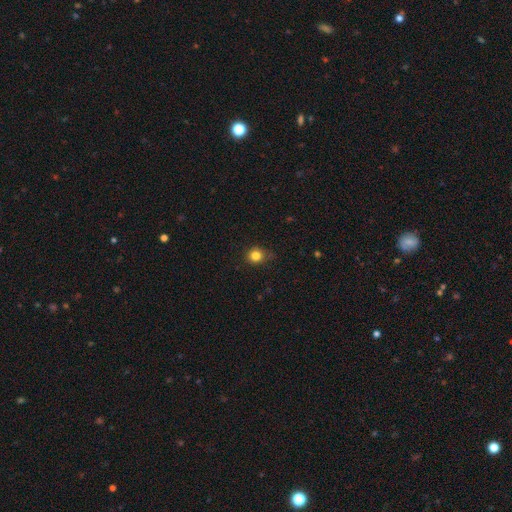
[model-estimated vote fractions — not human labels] A smooth galaxy with no disk features (82%) that is round (84%).

Vote fractions:
- Smooth or featured? smooth: 82% / star or artifact: 13% / featured or disk: 5%
- How rounded? round: 84% / in between: 15% / cigar-shaped: 1%
- Merging? none: 78% / minor disturbance: 17% / major disturbance: 3% / merger: 1%